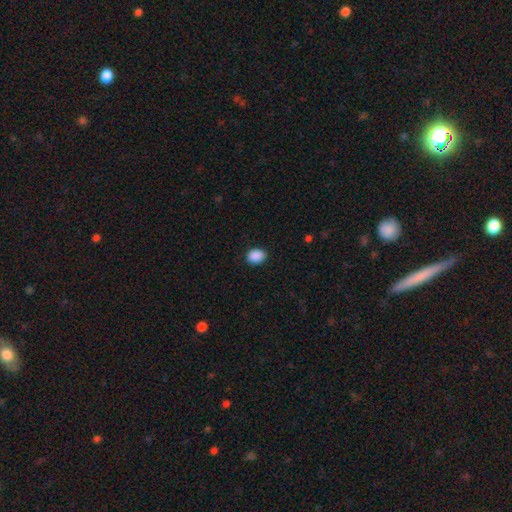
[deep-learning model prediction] The model was most divided on "how rounded": in between: 64%, round: 35%, cigar-shaped: 1%. More confident: smooth or featured — smooth (90%); merging — none (87%).